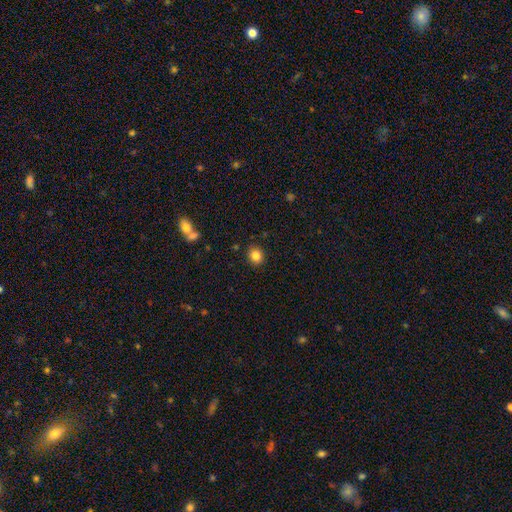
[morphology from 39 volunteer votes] A smooth galaxy with no disk features (90%) that is in between round and cigar-shaped (54%). Merging: none (92%).